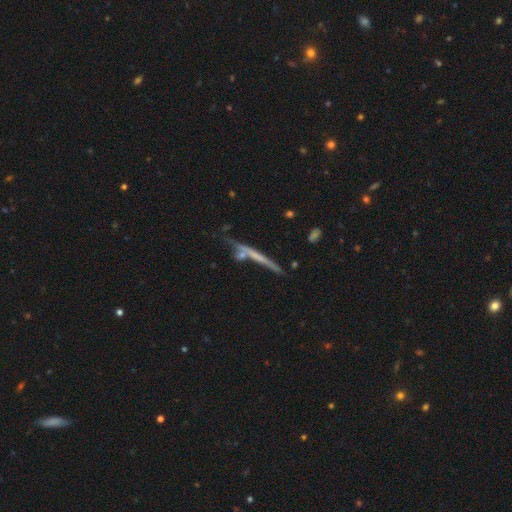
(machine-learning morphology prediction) Q: Smooth or featured?
A: featured or disk (56%); runner-up: smooth (36%)
Q: Edge-on disk?
A: yes (93%); runner-up: no (7%)
Q: Edge-on bulge?
A: none (76%); runner-up: rounded (17%)
Q: Merging?
A: none (64%); runner-up: minor disturbance (16%)